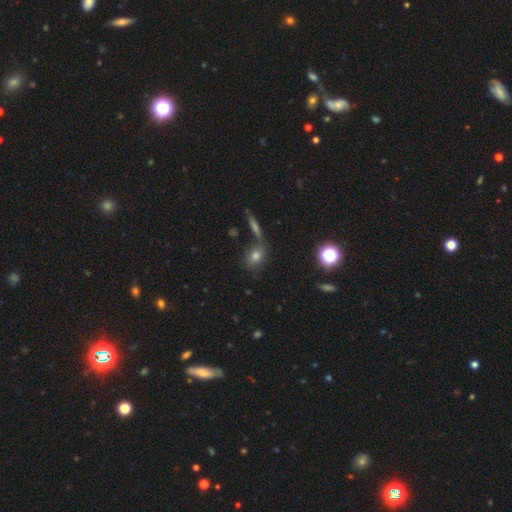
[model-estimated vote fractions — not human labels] This is likely a smooth galaxy (69%). How rounded: possibly round (50%). Merging: likely none (61%).